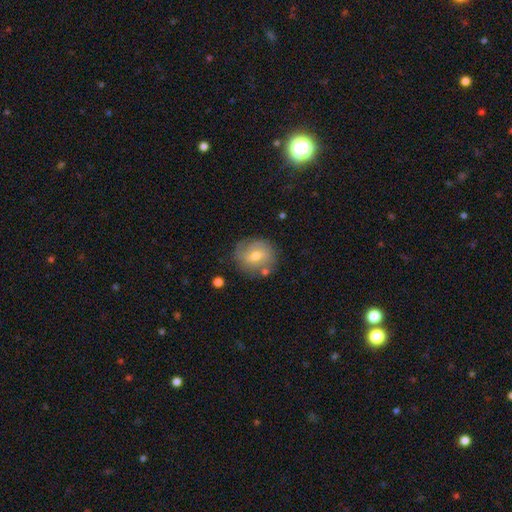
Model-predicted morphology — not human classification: Q: Smooth or featured?
A: featured or disk (47%); runner-up: smooth (45%)
Q: Merging?
A: none (70%); runner-up: minor disturbance (19%)